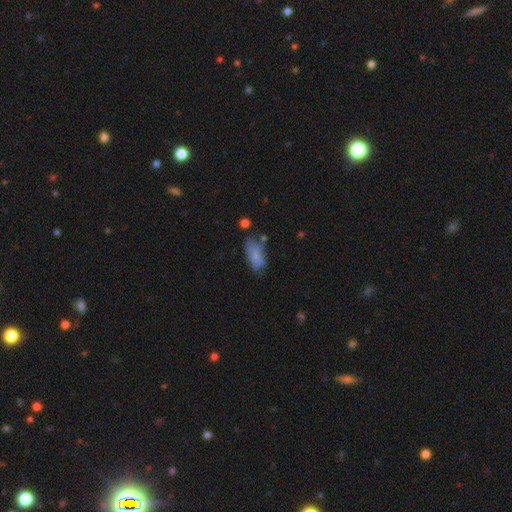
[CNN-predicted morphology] Smooth or featured: smooth — 75% (featured or disk — 16%)
How rounded: in between — 85% (cigar-shaped — 11%)
Merging: none — 46% (minor disturbance — 30%)